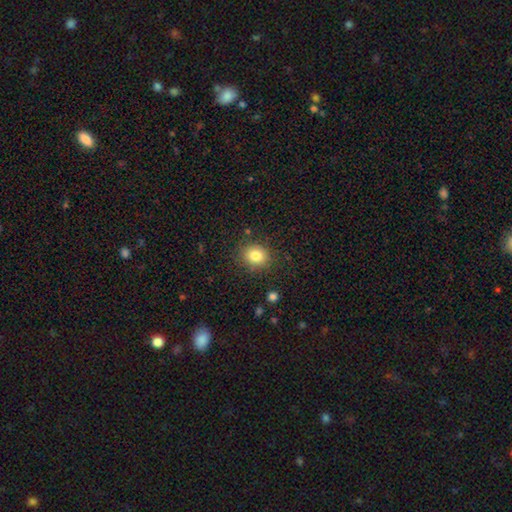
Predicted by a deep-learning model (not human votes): smooth-or-featured: smooth: 81% | star or artifact: 11% | featured or disk: 8%
  how-rounded: round: 72% | in between: 27% | cigar-shaped: 1%
  merging: none: 85% | minor disturbance: 10% | major disturbance: 3% | merger: 2%